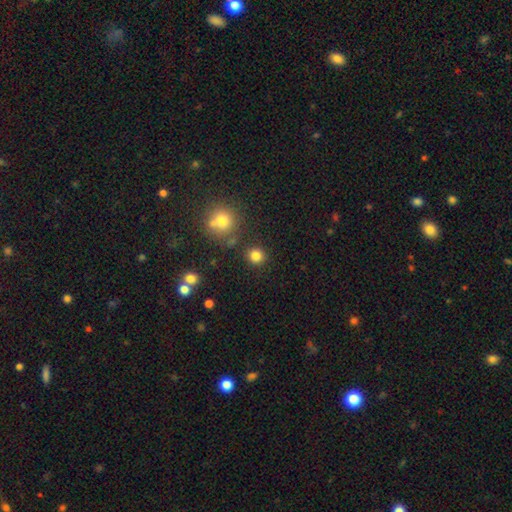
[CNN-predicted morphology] This is clearly a smooth galaxy (82%). How rounded: clearly round (90%). Merging: clearly none (87%).